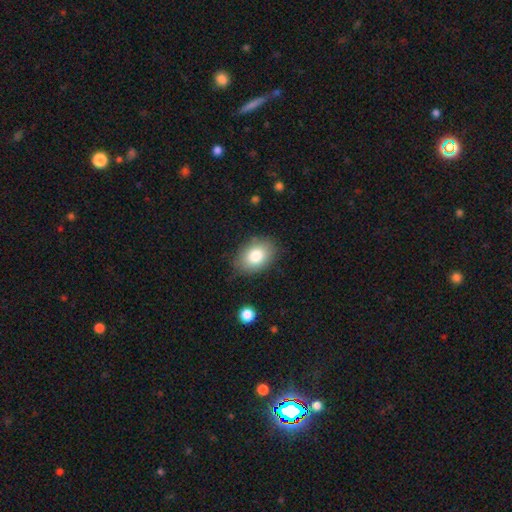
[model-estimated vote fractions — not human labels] Morphology: type=smooth (80%); roundness=in between (78%); merging=none (80%).